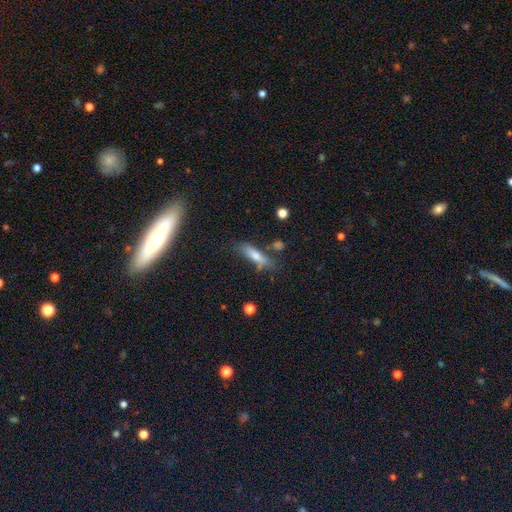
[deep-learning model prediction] Morphology: type=smooth (65%); roundness=cigar-shaped (67%); merging=none (65%).